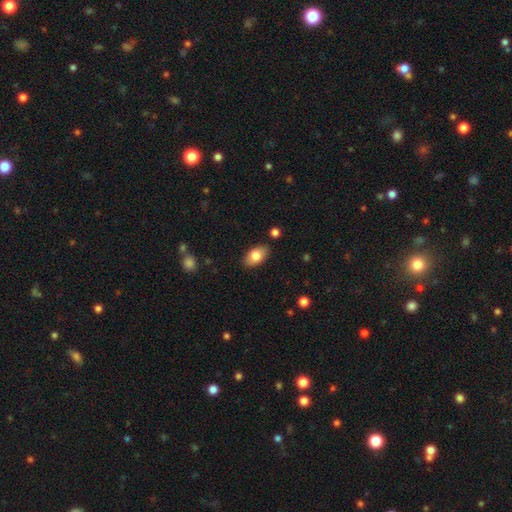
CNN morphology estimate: Smooth or featured: smooth — 80% (featured or disk — 13%)
How rounded: in between — 92% (round — 6%)
Merging: none — 87% (minor disturbance — 10%)